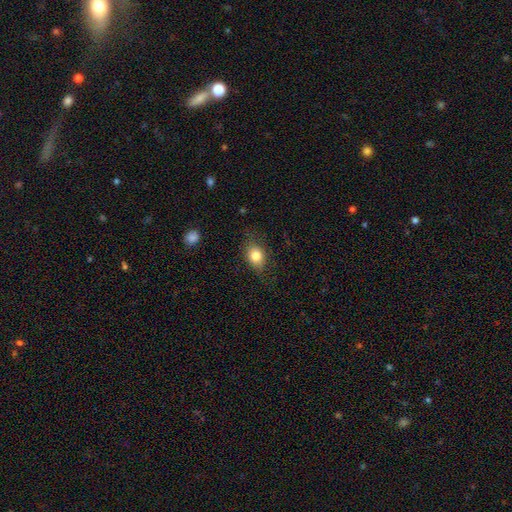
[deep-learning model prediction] A smooth galaxy with no disk features (80%) that is in between round and cigar-shaped (64%).

Vote fractions:
- Smooth or featured? smooth: 80% / featured or disk: 11% / star or artifact: 9%
- How rounded? in between: 64% / round: 34% / cigar-shaped: 2%
- Merging? none: 72% / minor disturbance: 20% / major disturbance: 6% / merger: 1%